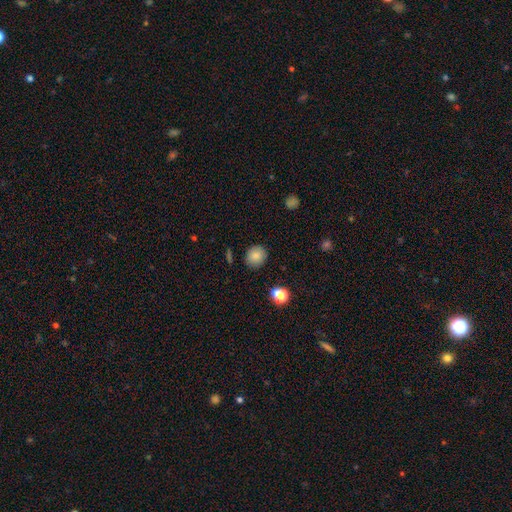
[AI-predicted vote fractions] Overall: smooth (83%). How rounded: round (83%). Merging: none (87%).